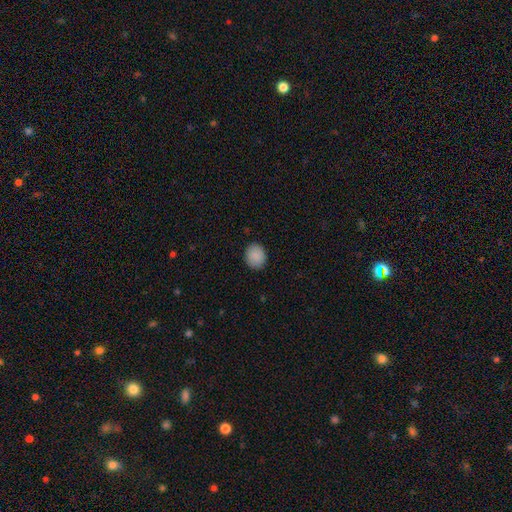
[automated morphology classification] Smooth or featured? smooth (89%)
How rounded? round (62%)
Merging? none (89%)